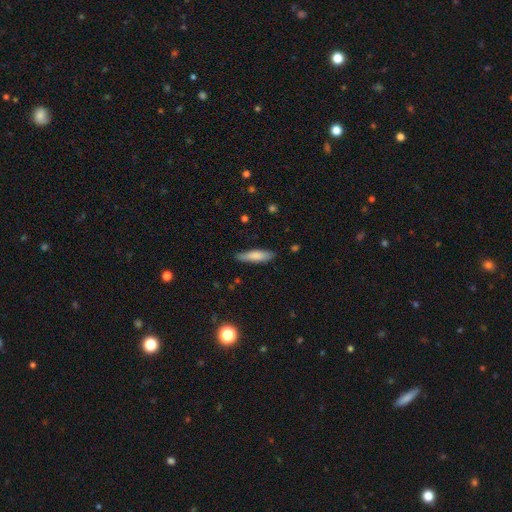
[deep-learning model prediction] smooth 79%, featured or disk 15%, star or artifact 6%. Down the decision tree: how rounded — cigar-shaped (64%); merging — none (82%).